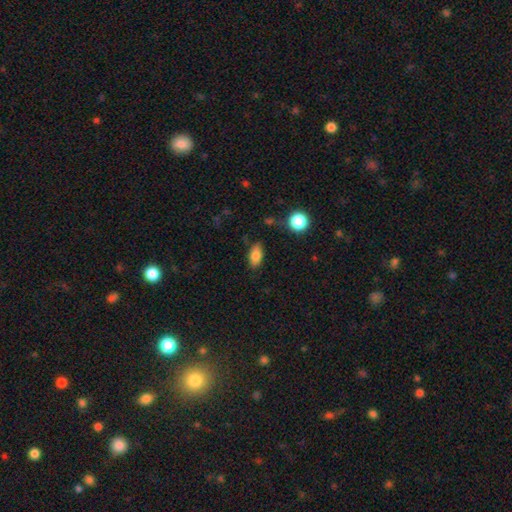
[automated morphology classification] smooth_or_featured: smooth (p=0.81) [alt: featured or disk p=0.10]
how_rounded: in between (p=0.87) [alt: cigar-shaped p=0.07]
merging: none (p=0.81) [alt: minor disturbance p=0.13]